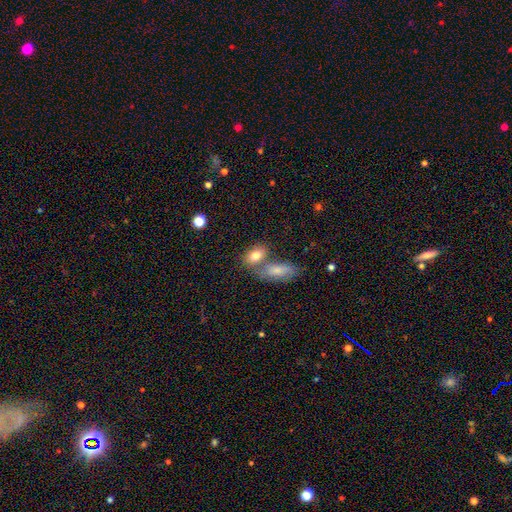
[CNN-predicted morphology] Smooth or featured? Predicted: smooth (p=0.79). How rounded? Predicted: in between (p=0.83). Merging? Predicted: none (p=0.48).